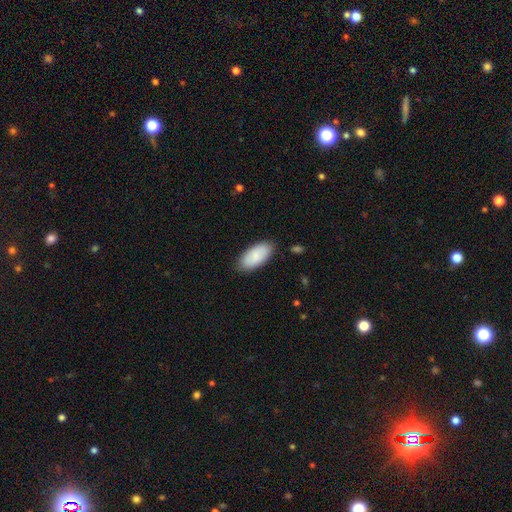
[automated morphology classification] Smooth or featured: smooth — 84% (featured or disk — 11%)
How rounded: in between — 93% (cigar-shaped — 5%)
Merging: none — 85% (minor disturbance — 11%)